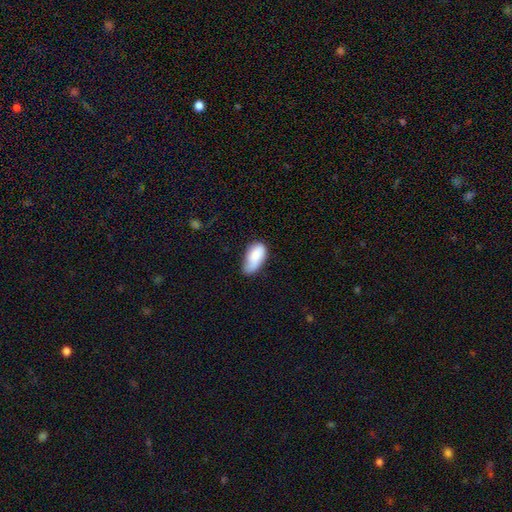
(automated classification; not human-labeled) smooth 83%, featured or disk 11%, star or artifact 6%. Down the decision tree: how rounded — in between (93%); merging — minor disturbance (43%, tied with none).